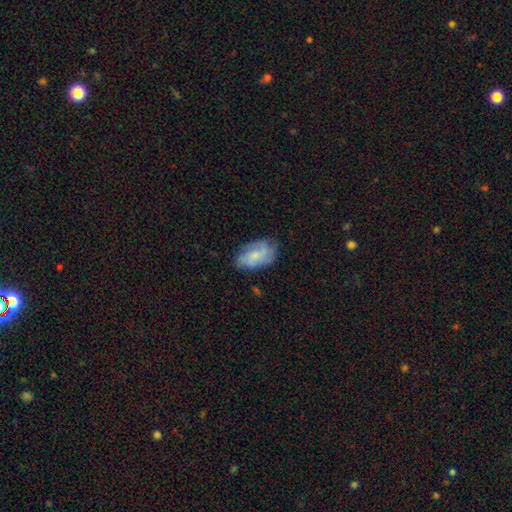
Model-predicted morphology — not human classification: The model was most divided on "smooth or featured": smooth: 58%, featured or disk: 35%, star or artifact: 7%. More confident: how rounded — in between (93%); merging — none (65%).